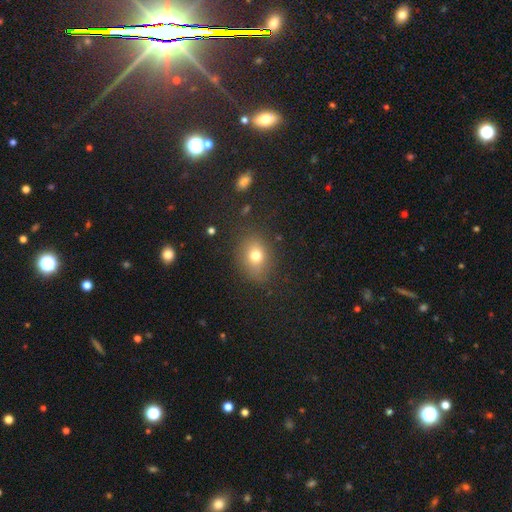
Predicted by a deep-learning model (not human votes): Smooth or featured? smooth (74%)
How rounded? in between (53%)
Merging? none (80%)